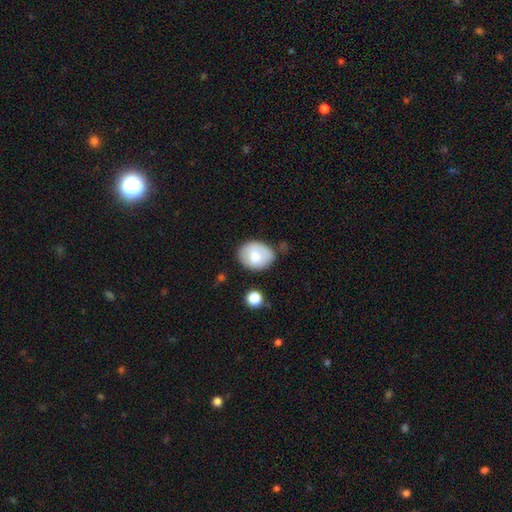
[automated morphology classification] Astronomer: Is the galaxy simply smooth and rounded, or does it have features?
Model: smooth — 72%.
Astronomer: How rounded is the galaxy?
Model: in between — 58% (runner-up: round, 41%).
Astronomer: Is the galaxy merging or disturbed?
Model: none — 65%.